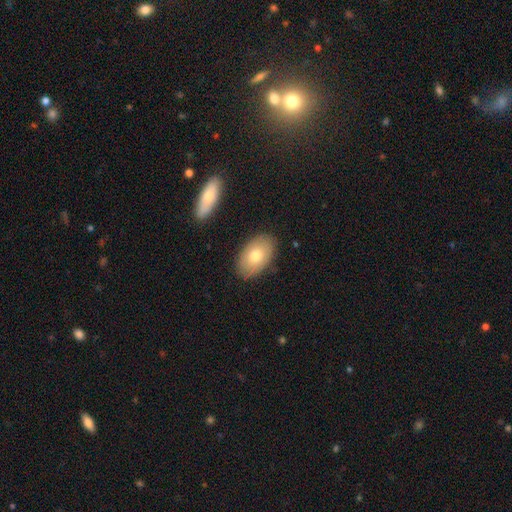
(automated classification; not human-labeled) Smooth or featured?
  - smooth: 71% *
  - featured or disk: 22%
  - star or artifact: 7%
How rounded?
  - in between: 92% *
  - round: 7%
  - cigar-shaped: 1%
Merging?
  - none: 86% *
  - minor disturbance: 10%
  - major disturbance: 2%
  - merger: 2%